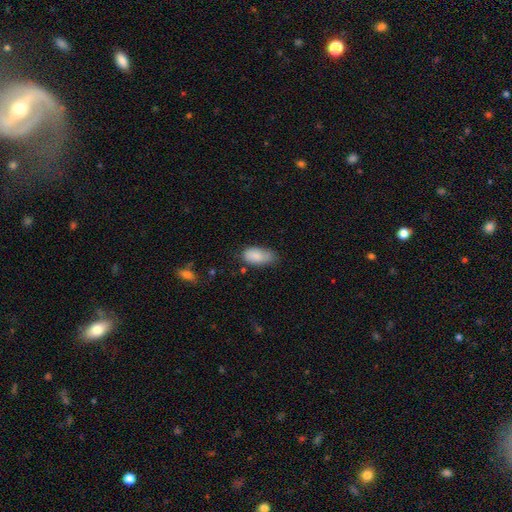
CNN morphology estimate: Smooth or featured?
  - smooth: 85% *
  - featured or disk: 8%
  - star or artifact: 7%
How rounded?
  - in between: 92% *
  - cigar-shaped: 4%
  - round: 3%
Merging?
  - none: 53% *
  - minor disturbance: 35%
  - major disturbance: 9%
  - merger: 3%